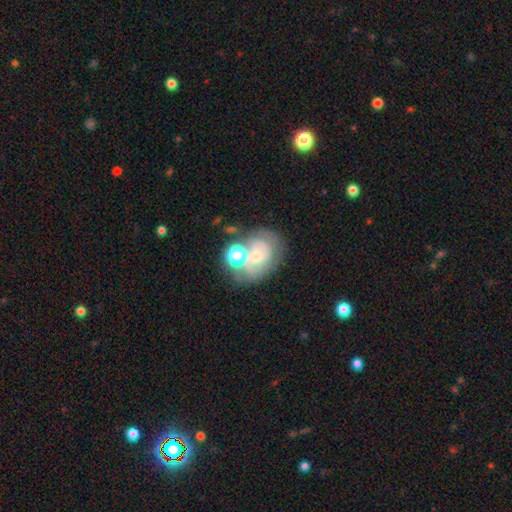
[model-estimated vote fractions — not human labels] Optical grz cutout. It shows a featured or disk galaxy (52%) with no bar (76%), spiral arms (59%) and a small central bulge (51%). Merging: none (41%).